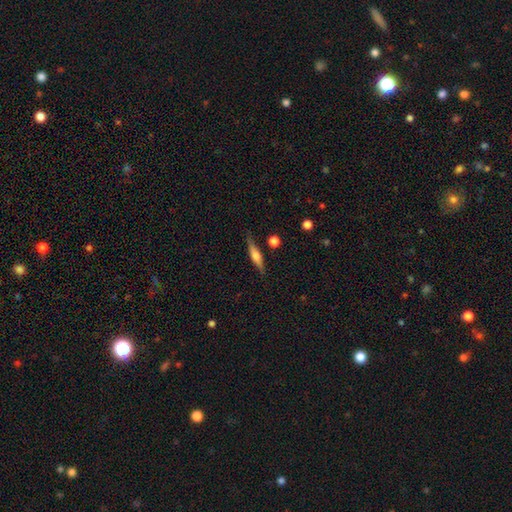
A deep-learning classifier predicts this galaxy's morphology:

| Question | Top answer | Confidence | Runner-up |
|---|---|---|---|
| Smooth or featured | featured or disk | 55% | smooth (38%) |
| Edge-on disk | yes | 95% | no (5%) |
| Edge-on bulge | rounded | 81% | boxy (13%) |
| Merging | none | 83% | minor disturbance (12%) |